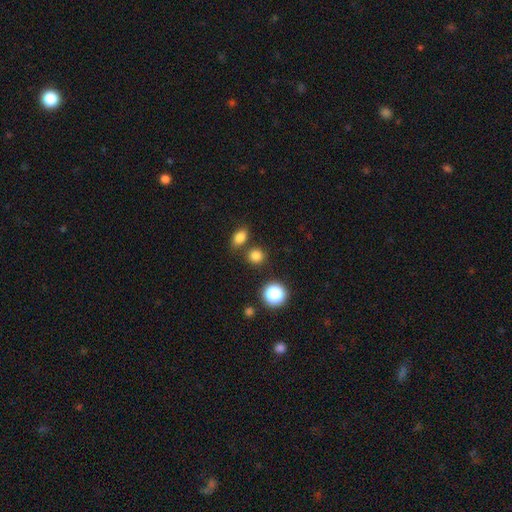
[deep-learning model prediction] A smooth galaxy with no disk features (80%) that is round (82%).

Vote fractions:
- Smooth or featured? smooth: 80% / star or artifact: 15% / featured or disk: 5%
- How rounded? round: 82% / in between: 17% / cigar-shaped: 1%
- Merging? none: 78% / merger: 10% / minor disturbance: 9% / major disturbance: 3%